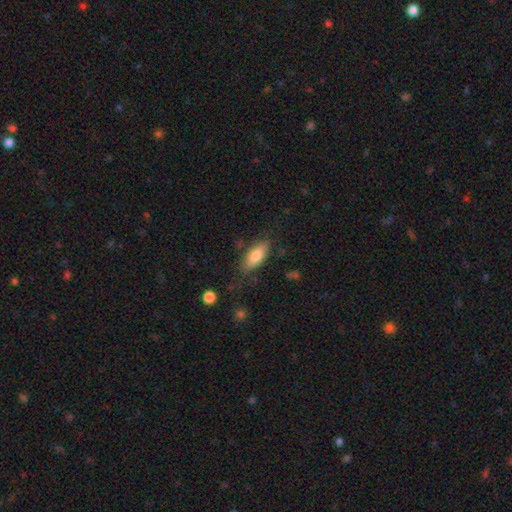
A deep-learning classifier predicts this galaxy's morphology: Smooth or featured? smooth (78%)
How rounded? in between (79%)
Merging? none (73%)